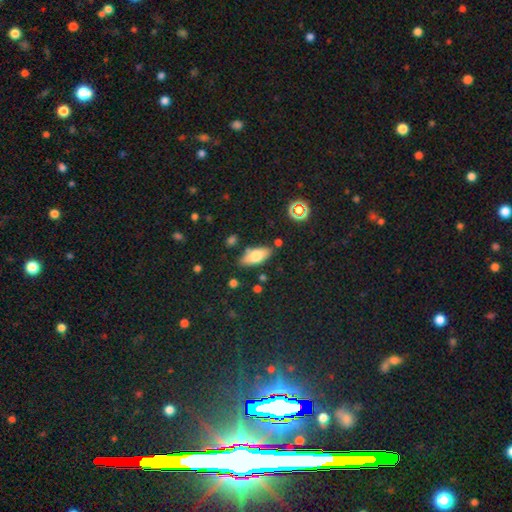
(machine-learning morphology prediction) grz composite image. It shows a smooth galaxy with no disk features (68%) that is in between round and cigar-shaped (80%). Merging: none (78%).